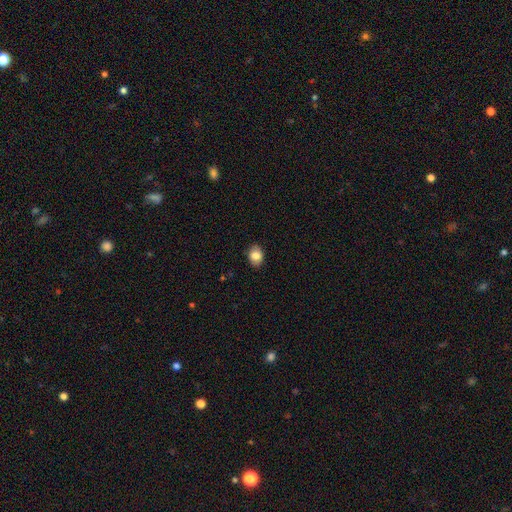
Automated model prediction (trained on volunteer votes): Q: Smooth or featured?
A: smooth (82%); runner-up: featured or disk (10%)
Q: How rounded?
A: in between (73%); runner-up: round (26%)
Q: Merging?
A: none (87%); runner-up: minor disturbance (10%)